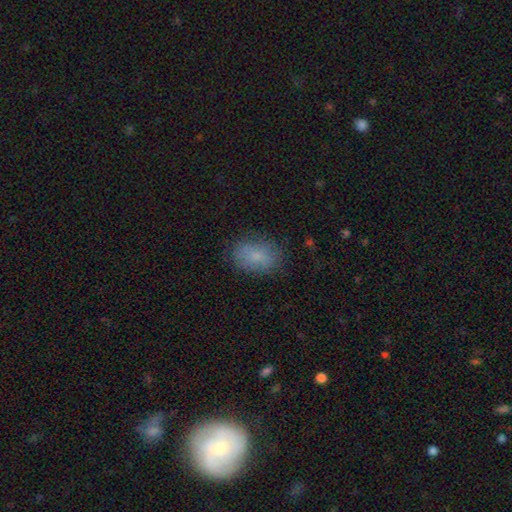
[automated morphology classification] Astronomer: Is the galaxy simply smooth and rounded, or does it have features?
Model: smooth — 81%.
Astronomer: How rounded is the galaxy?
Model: in between — 82%.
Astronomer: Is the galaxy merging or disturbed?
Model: none — 80%.